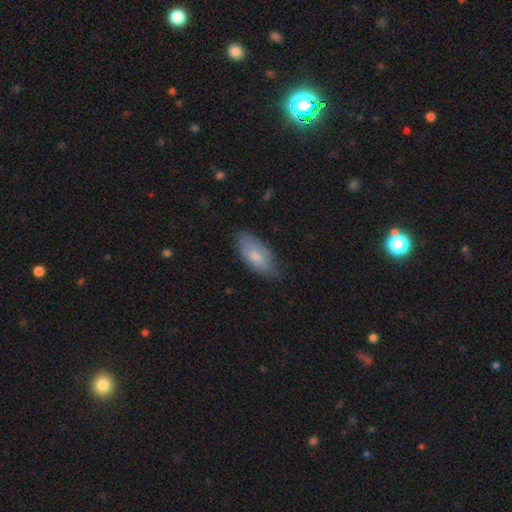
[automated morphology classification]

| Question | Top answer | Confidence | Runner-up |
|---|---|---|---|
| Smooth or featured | smooth | 72% | featured or disk (22%) |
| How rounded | in between | 88% | cigar-shaped (10%) |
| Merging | none | 66% | minor disturbance (28%) |